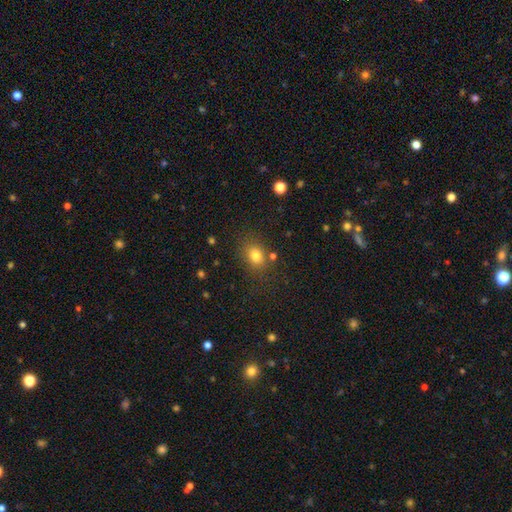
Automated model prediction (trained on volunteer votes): Smooth or featured? smooth (79%)
How rounded? in between (54%)
Merging? none (76%)